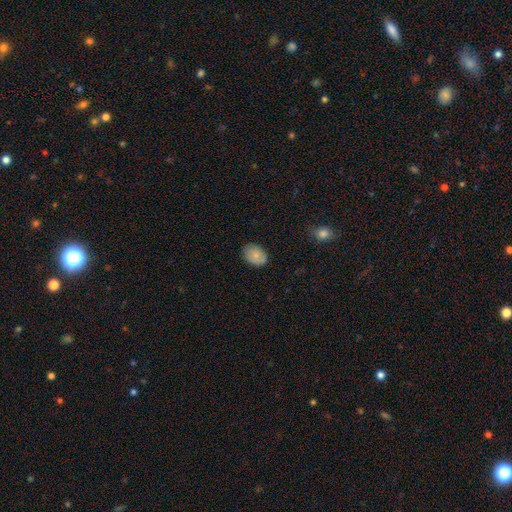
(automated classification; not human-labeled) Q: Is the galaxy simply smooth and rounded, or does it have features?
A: smooth — 79%.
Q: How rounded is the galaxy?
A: in between — 71%.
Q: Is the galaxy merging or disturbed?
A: none — 81%.